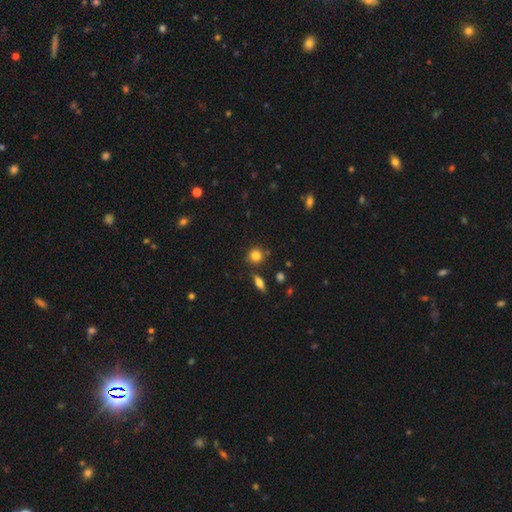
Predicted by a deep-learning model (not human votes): Overall: smooth (82%). How rounded: round (85%). Merging: none (80%).